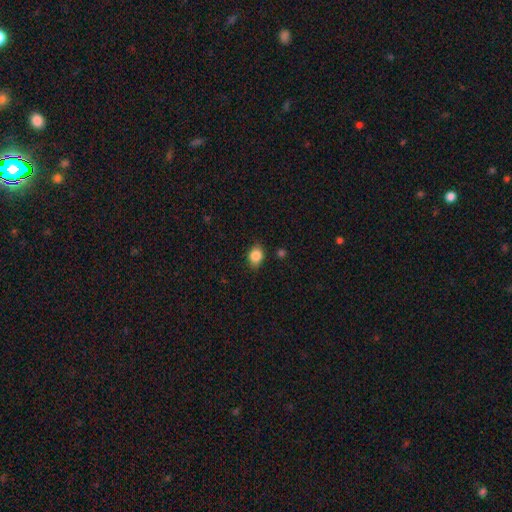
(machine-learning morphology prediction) This appears to be a smooth galaxy with no disk features (85%) that is in between round and cigar-shaped (61%). Merging: none (82%).